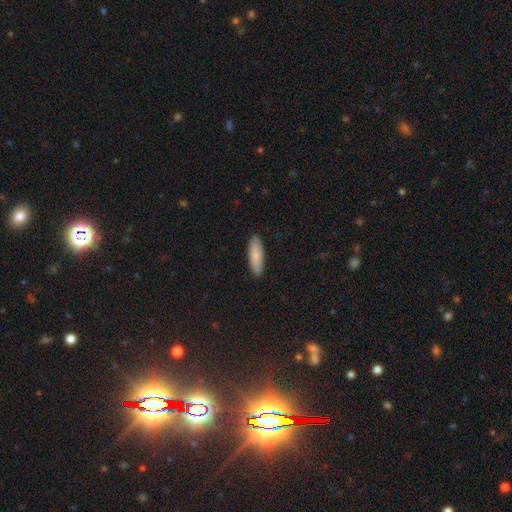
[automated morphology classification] smooth 85%, featured or disk 10%, star or artifact 5%. Down the decision tree: how rounded — cigar-shaped (51%); merging — none (89%).